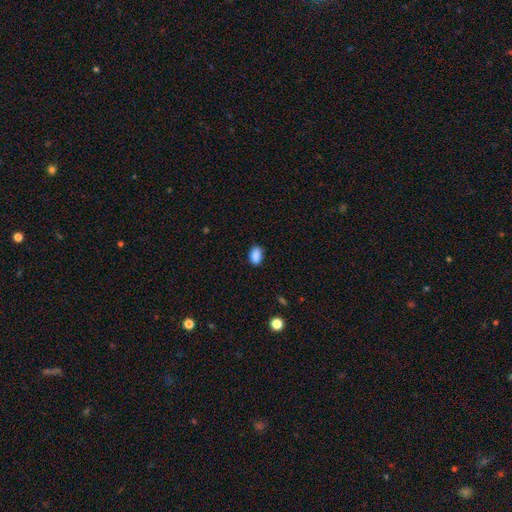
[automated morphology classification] Smooth or featured? Predicted: smooth (p=0.90). How rounded? Predicted: in between (p=0.88). Merging? Predicted: none (p=0.87).